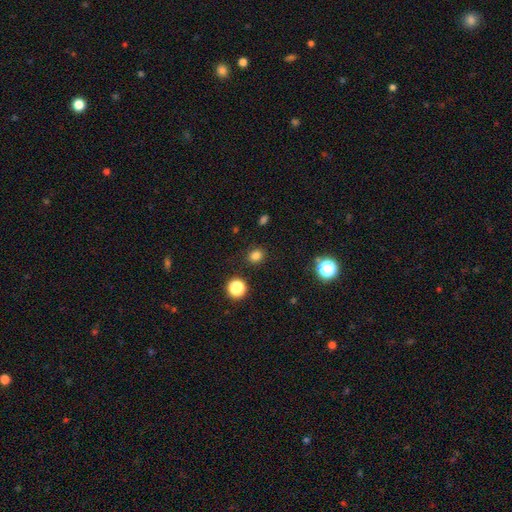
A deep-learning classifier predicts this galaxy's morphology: A smooth galaxy with no disk features (80%) that is round (76%).

Vote fractions:
- Smooth or featured? smooth: 80% / star or artifact: 16% / featured or disk: 4%
- How rounded? round: 76% / in between: 23% / cigar-shaped: 1%
- Merging? none: 89% / minor disturbance: 7% / major disturbance: 3% / merger: 2%